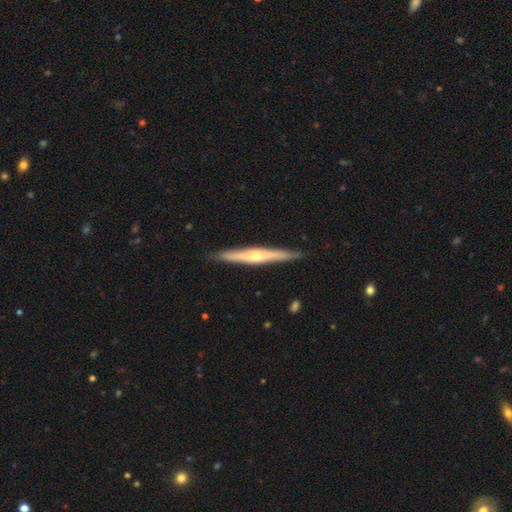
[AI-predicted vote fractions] A featured or disk galaxy (72%) viewed edge-on (96%) with a rounded central bulge (83%).

Vote fractions:
- Smooth or featured? featured or disk: 72% / smooth: 23% / star or artifact: 5%
- Edge-on disk? yes: 96% / no: 4%
- Edge-on bulge? rounded: 83% / none: 13% / boxy: 4%
- Merging? none: 90% / minor disturbance: 8% / major disturbance: 1% / merger: 1%